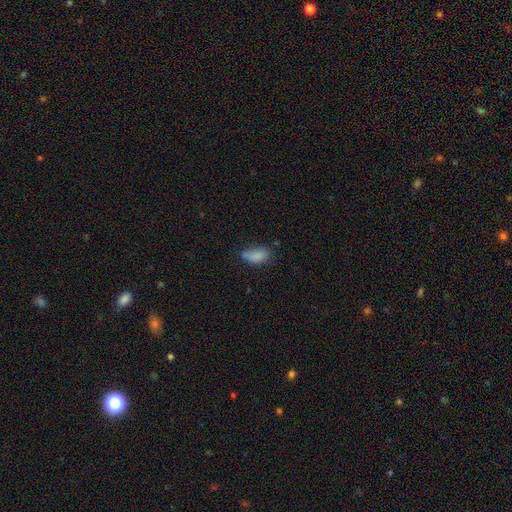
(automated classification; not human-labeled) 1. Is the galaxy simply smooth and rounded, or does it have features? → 81% smooth, 10% star or artifact, 9% featured or disk.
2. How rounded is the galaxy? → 88% in between, 7% cigar-shaped, 4% round.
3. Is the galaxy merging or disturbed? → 49% none, 30% minor disturbance, 12% major disturbance, 10% merger.